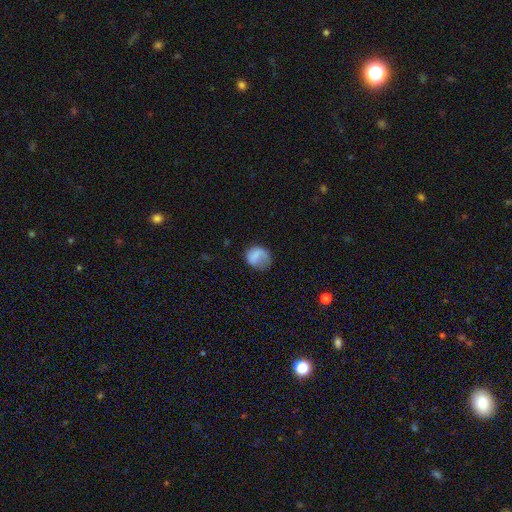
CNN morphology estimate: A smooth galaxy with no disk features (74%) that is round (70%).

Vote fractions:
- Smooth or featured? smooth: 74% / featured or disk: 17% / star or artifact: 9%
- How rounded? round: 70% / in between: 29% / cigar-shaped: 1%
- Merging? none: 51% / minor disturbance: 25% / major disturbance: 22% / merger: 2%